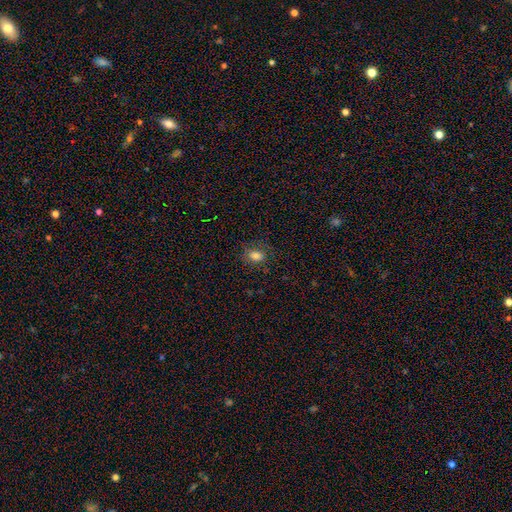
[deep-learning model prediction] The model was most divided on "how rounded": in between: 60%, round: 38%, cigar-shaped: 1%. More confident: smooth or featured — smooth (80%); merging — none (76%).